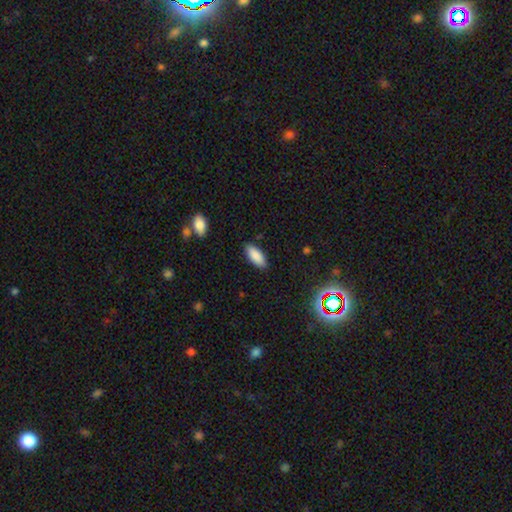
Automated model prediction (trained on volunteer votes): Morphology: type=smooth (88%); roundness=in between (83%); merging=none (87%).